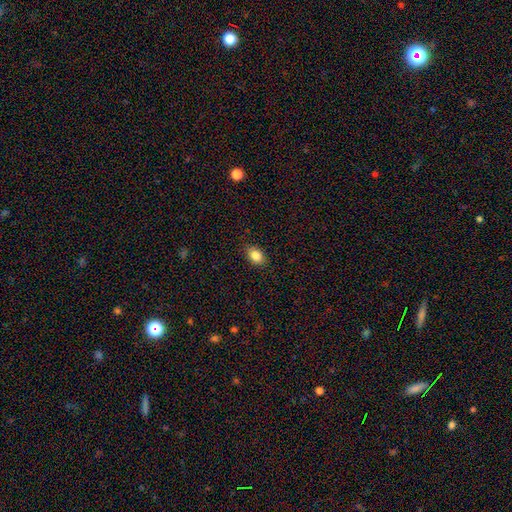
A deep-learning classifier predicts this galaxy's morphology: A smooth galaxy with no disk features (85%) that is in between round and cigar-shaped (77%).

Vote fractions:
- Smooth or featured? smooth: 85% / star or artifact: 9% / featured or disk: 6%
- How rounded? in between: 77% / round: 22% / cigar-shaped: 1%
- Merging? none: 87% / minor disturbance: 10% / major disturbance: 2% / merger: 1%